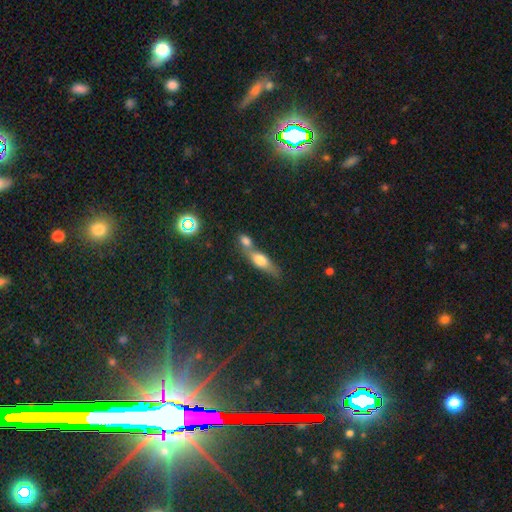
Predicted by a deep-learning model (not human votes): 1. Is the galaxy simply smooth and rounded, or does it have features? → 39% star or artifact, 31% smooth, 30% featured or disk.